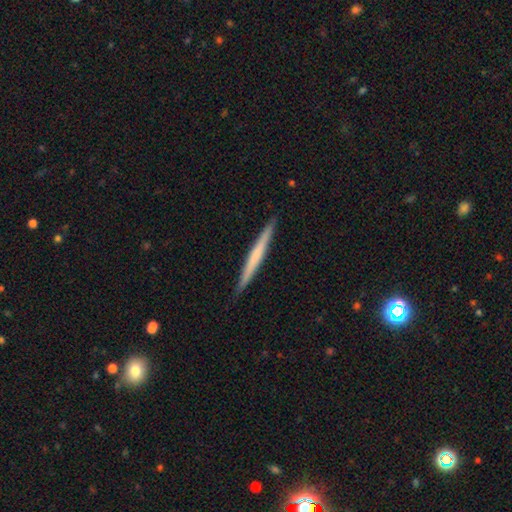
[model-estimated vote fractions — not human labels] Overall: smooth (48%; featured or disk 47%). Merging: none (91%).